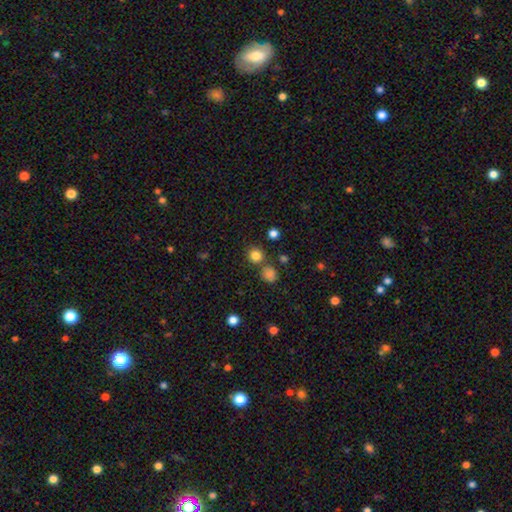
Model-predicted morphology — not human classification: This appears to be a smooth galaxy with no disk features (81%) that is round (90%). Merging: none (75%).